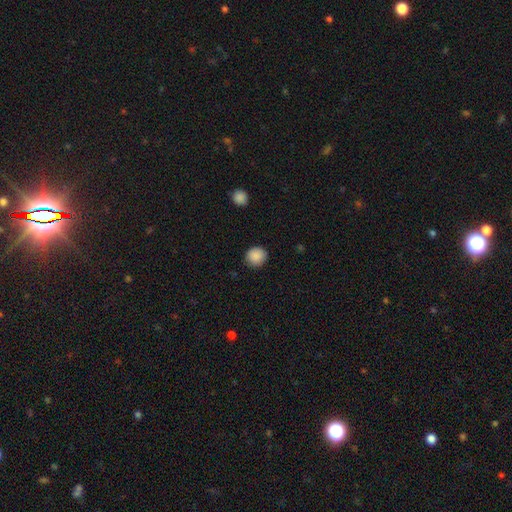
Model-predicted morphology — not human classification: The model was most divided on "smooth or featured": smooth: 89%, star or artifact: 8%, featured or disk: 3%. More confident: how rounded — round (91%); merging — none (89%).